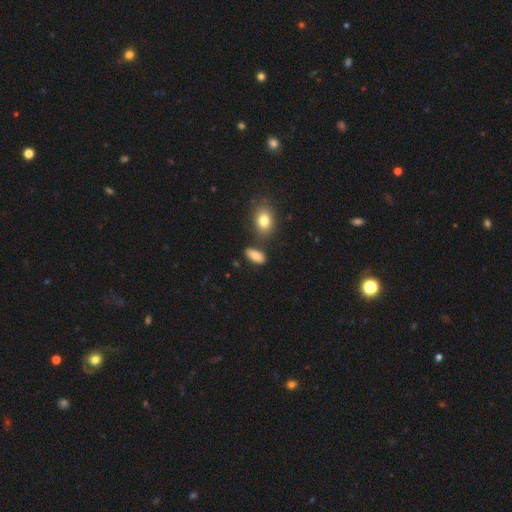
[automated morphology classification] type=smooth (80%); roundness=in between (86%); merging=none (74%).